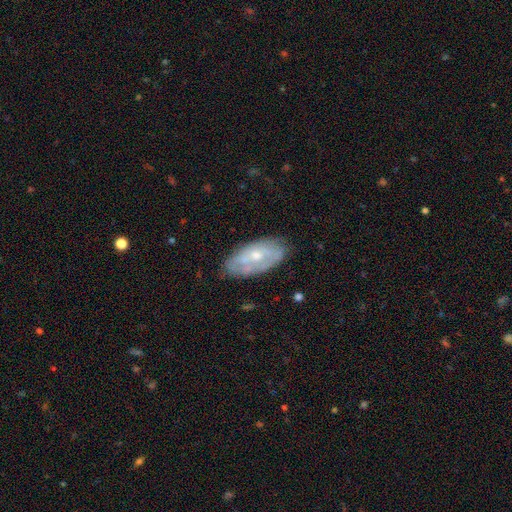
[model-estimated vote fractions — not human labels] Smooth or featured? featured or disk (57%)
Edge-on disk? no (89%)
Bar? no (74%)
Spiral arms? no (50%, tied with yes)
Bulge size? small (48%)
Merging? none (70%)